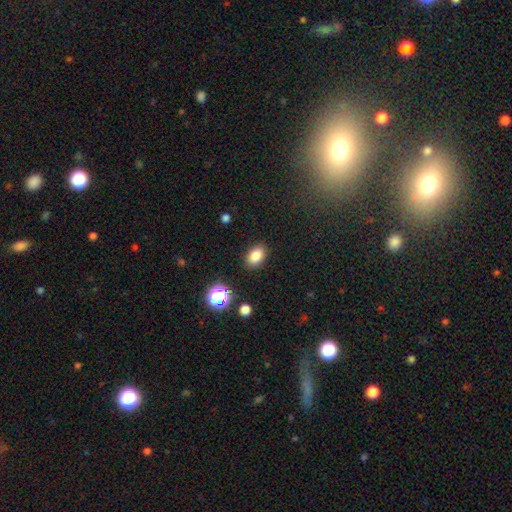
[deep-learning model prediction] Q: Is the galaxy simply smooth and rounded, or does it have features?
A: smooth — 83%.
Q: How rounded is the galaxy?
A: in between — 79%.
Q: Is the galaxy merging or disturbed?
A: none — 87%.